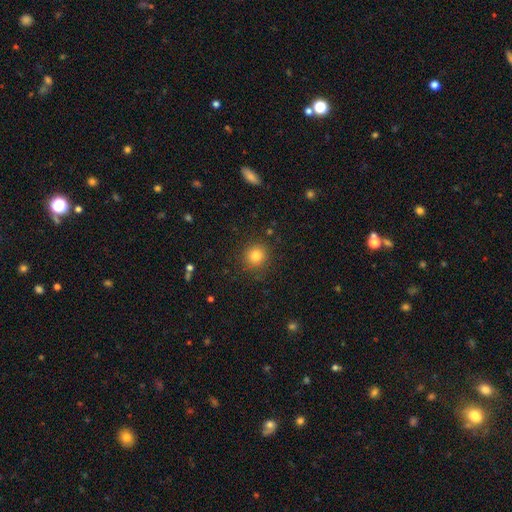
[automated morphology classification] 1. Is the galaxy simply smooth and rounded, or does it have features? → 82% smooth, 12% star or artifact, 6% featured or disk.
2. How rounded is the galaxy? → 91% round, 8% in between, 1% cigar-shaped.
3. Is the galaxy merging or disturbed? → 88% none, 8% minor disturbance, 3% major disturbance, 1% merger.